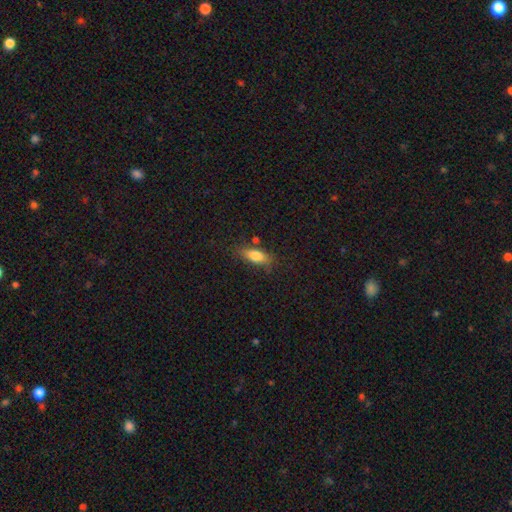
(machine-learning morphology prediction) Q: Smooth or featured?
A: smooth (78%); runner-up: featured or disk (14%)
Q: How rounded?
A: in between (73%); runner-up: cigar-shaped (23%)
Q: Merging?
A: none (73%); runner-up: minor disturbance (17%)